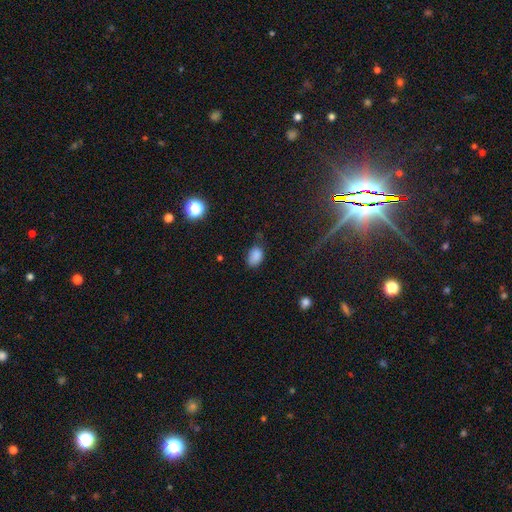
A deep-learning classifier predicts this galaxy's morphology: Smooth or featured?
  - smooth: 84% *
  - star or artifact: 11%
  - featured or disk: 5%
How rounded?
  - in between: 84% *
  - round: 15%
  - cigar-shaped: 1%
Merging?
  - none: 61% *
  - minor disturbance: 29%
  - major disturbance: 7%
  - merger: 2%